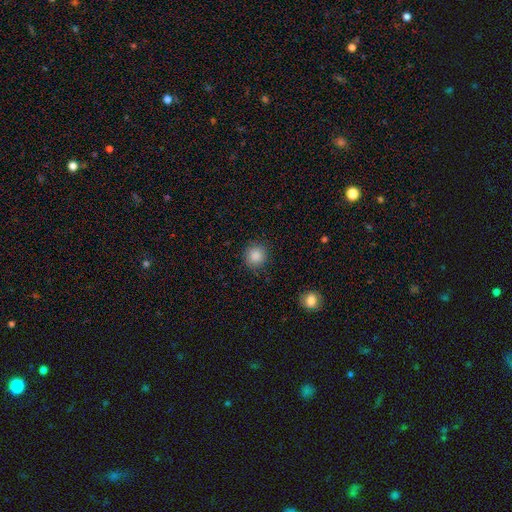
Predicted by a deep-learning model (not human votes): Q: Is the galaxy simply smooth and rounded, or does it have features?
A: smooth — 87%.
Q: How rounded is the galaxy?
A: round — 90%.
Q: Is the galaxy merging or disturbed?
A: none — 86%.